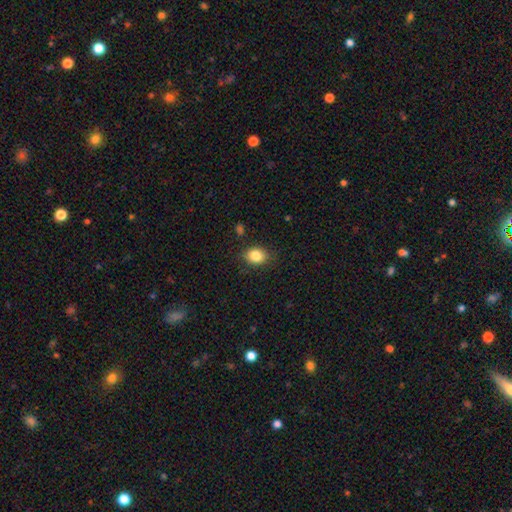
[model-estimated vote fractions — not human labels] This is clearly a smooth galaxy (84%). How rounded: possibly in between (57%). Merging: clearly none (84%).